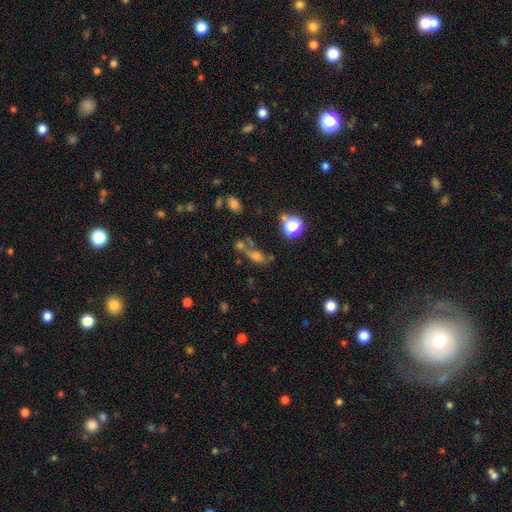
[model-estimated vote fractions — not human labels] Q: Smooth or featured?
A: smooth (54%); runner-up: star or artifact (28%)
Q: How rounded?
A: in between (58%); runner-up: round (23%)
Q: Merging?
A: none (41%); runner-up: merger (30%)